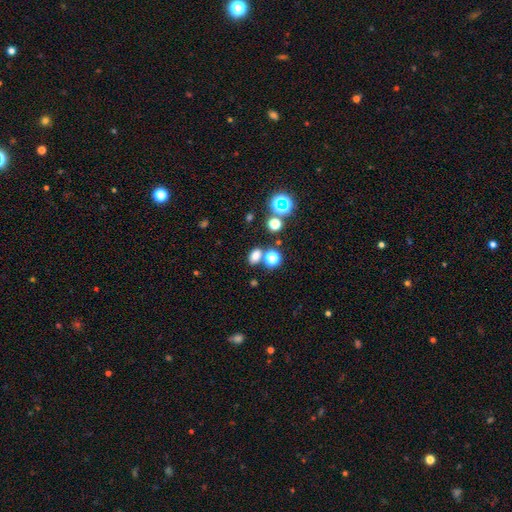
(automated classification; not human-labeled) Overall: smooth (73%). How rounded: in between (69%; round 30%). Merging: none (68%).